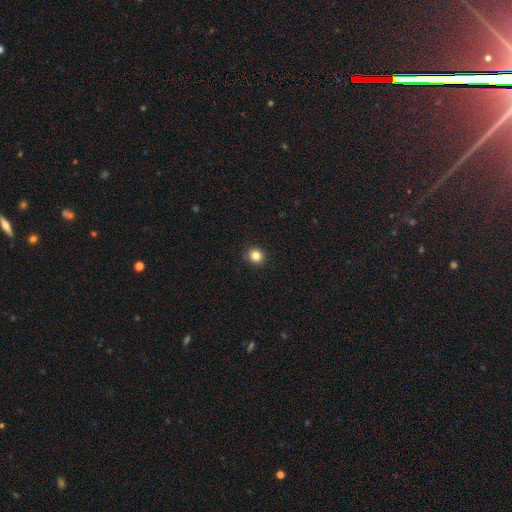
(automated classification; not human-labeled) smooth 83%, star or artifact 12%, featured or disk 5%. Down the decision tree: how rounded — round (89%); merging — none (90%).